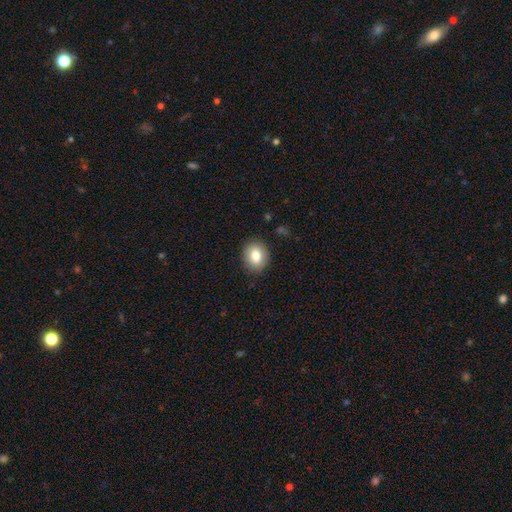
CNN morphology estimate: This is clearly a smooth galaxy (81%). How rounded: possibly round (56%). Merging: clearly none (88%).